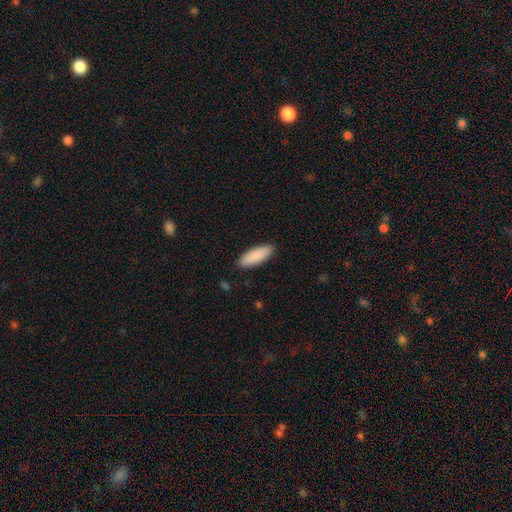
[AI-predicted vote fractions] Morphology: type=smooth (89%); roundness=in between (68%); merging=none (89%).